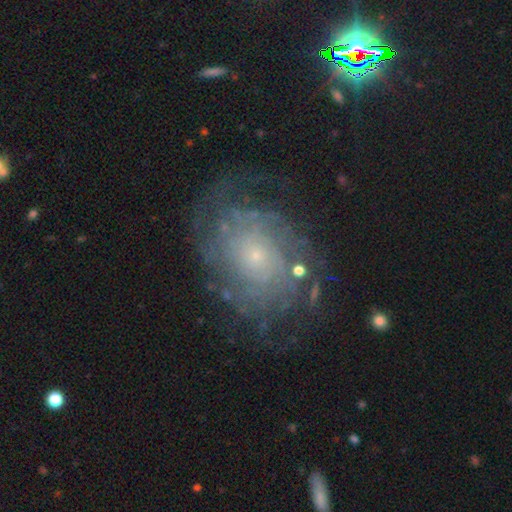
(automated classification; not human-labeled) Smooth or featured?
  - featured or disk: 78% *
  - smooth: 12%
  - star or artifact: 10%
Edge-on disk?
  - no: 97% *
  - yes: 3%
Bar?
  - no: 84% *
  - weak: 13%
  - strong: 3%
Spiral arms?
  - yes: 91% *
  - no: 9%
Spiral winding?
  - tight: 71% *
  - medium: 21%
  - loose: 8%
Spiral arm count?
  - can't tell: 47% *
  - more than 4: 14%
  - 4: 12%
  - 2: 11%
  - 3: 9%
  - 1: 6%
Bulge size?
  - small: 82% *
  - moderate: 13%
  - none: 2%
  - large: 2%
  - dominant: 1%
Merging?
  - none: 74% *
  - minor disturbance: 15%
  - major disturbance: 9%
  - merger: 2%